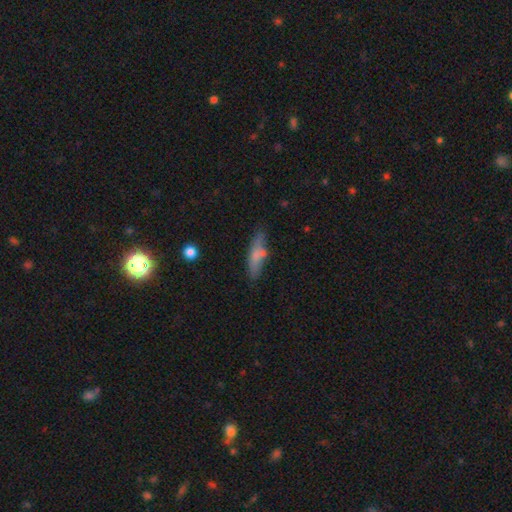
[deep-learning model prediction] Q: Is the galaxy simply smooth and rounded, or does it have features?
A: smooth — 65%.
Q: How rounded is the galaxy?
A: cigar-shaped — 66%.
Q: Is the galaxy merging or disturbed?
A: none — 69%.